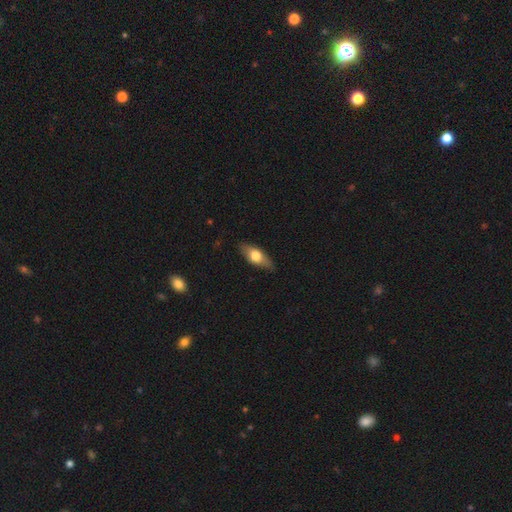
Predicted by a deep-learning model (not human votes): Q: Smooth or featured?
A: smooth (55%); runner-up: featured or disk (39%)
Q: How rounded?
A: in between (71%); runner-up: cigar-shaped (24%)
Q: Merging?
A: none (83%); runner-up: minor disturbance (13%)